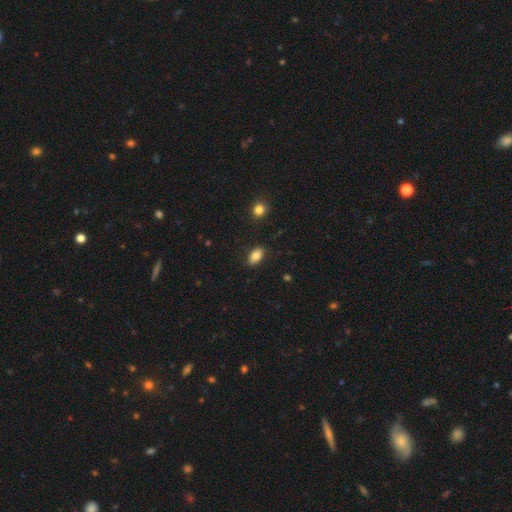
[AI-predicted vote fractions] Q: Smooth or featured?
A: smooth (84%); runner-up: star or artifact (8%)
Q: How rounded?
A: in between (91%); runner-up: round (6%)
Q: Merging?
A: none (85%); runner-up: minor disturbance (11%)